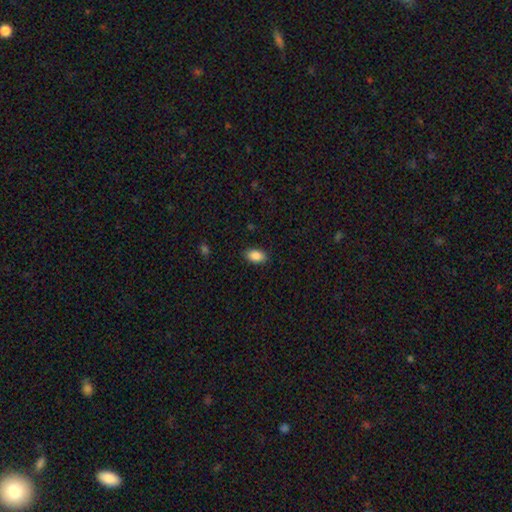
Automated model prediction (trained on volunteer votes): Smooth or featured? smooth (88%)
How rounded? in between (91%)
Merging? none (87%)